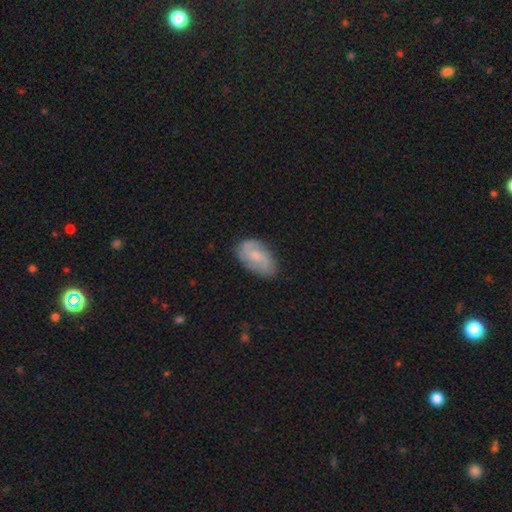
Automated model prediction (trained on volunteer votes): smooth_or_featured: featured or disk (p=0.48) [alt: smooth p=0.45]
merging: none (p=0.74) [alt: minor disturbance p=0.20]